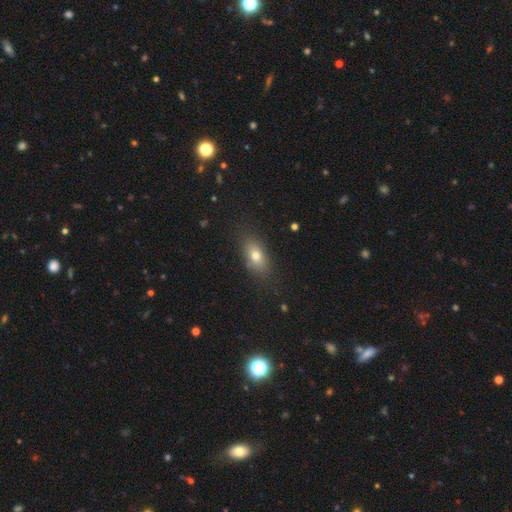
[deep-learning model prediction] smooth 73%, featured or disk 16%, star or artifact 11%. Down the decision tree: how rounded — in between (80%); merging — none (80%).